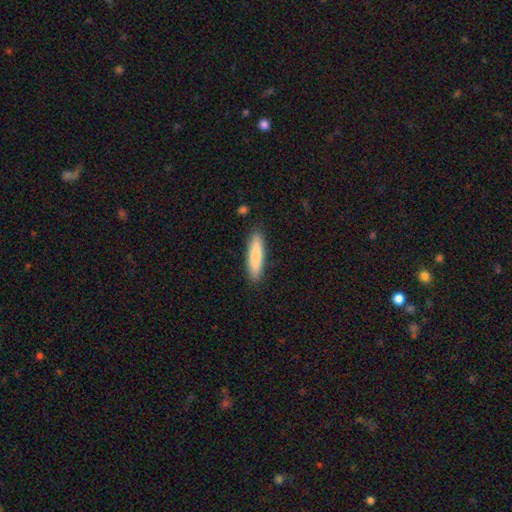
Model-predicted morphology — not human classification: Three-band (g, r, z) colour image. It shows a smooth galaxy with no disk features (84%) that is cigar-shaped (82%). Merging: none (88%).